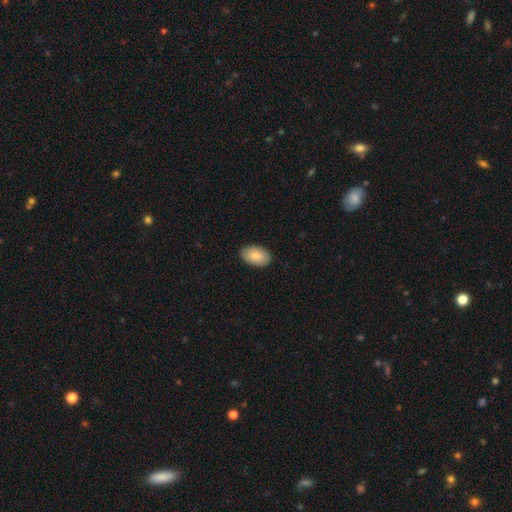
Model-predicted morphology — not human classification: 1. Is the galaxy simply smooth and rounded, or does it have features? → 84% smooth, 10% featured or disk, 6% star or artifact.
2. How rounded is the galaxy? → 93% in between, 6% round, 1% cigar-shaped.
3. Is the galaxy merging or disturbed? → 87% none, 10% minor disturbance, 2% major disturbance, 1% merger.